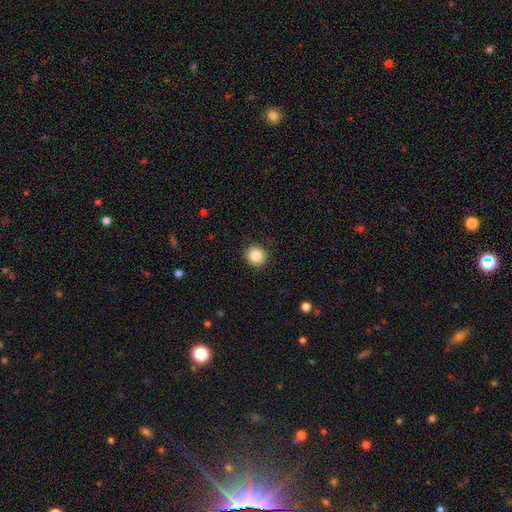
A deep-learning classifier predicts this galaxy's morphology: Smooth or featured? smooth (85%)
How rounded? round (92%)
Merging? none (91%)